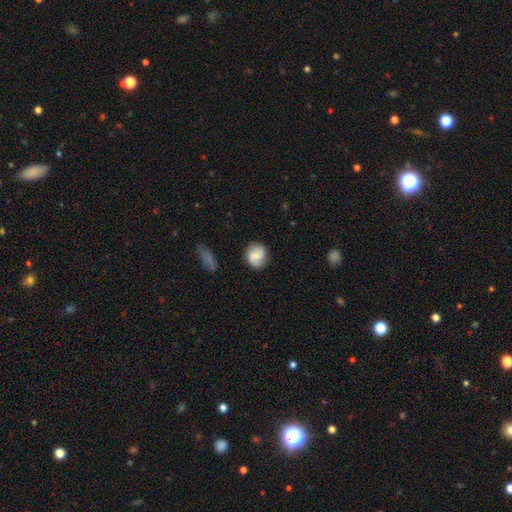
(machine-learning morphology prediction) smooth-or-featured: smooth: 56% | featured or disk: 36% | star or artifact: 8%
  how-rounded: round: 69% | in between: 30% | cigar-shaped: 1%
  merging: none: 77% | minor disturbance: 17% | major disturbance: 4% | merger: 2%